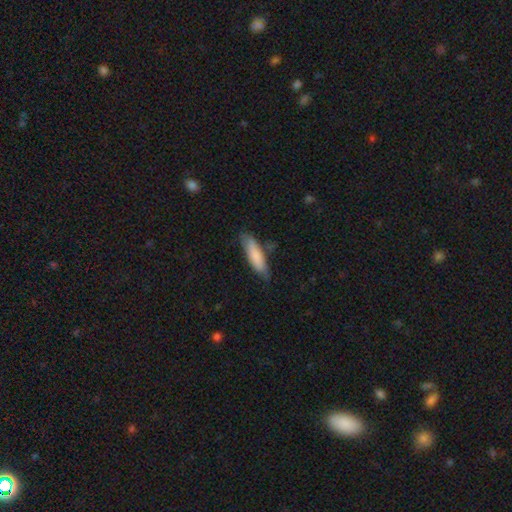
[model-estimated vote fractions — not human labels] A smooth galaxy with no disk features (80%) that is cigar-shaped (62%). Merging: none (68%).